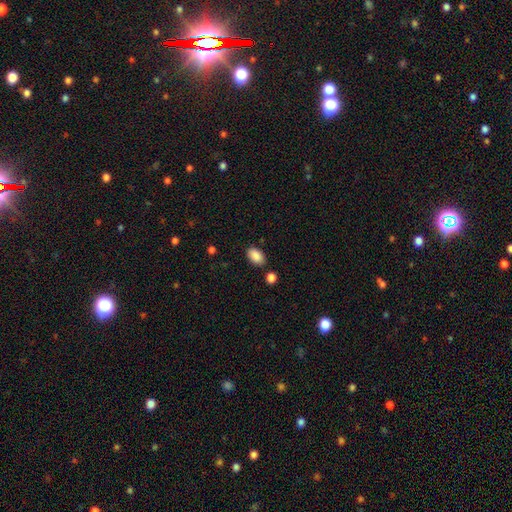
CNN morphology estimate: Overall: smooth (89%). How rounded: in between (91%). Merging: none (83%).